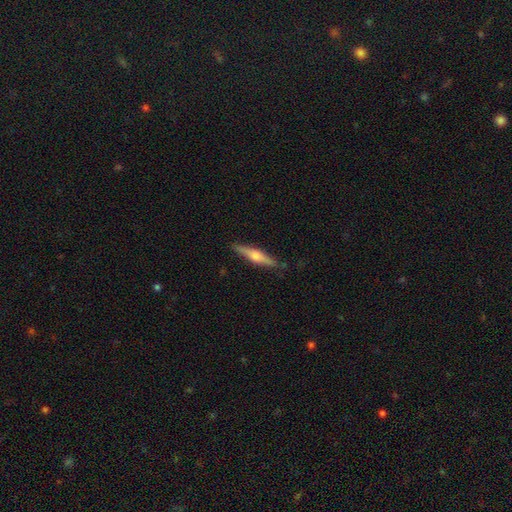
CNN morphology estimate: featured or disk 58%, smooth 36%, star or artifact 6%. Down the decision tree: edge-on disk — yes (97%); edge-on bulge — rounded (84%); merging — none (85%).